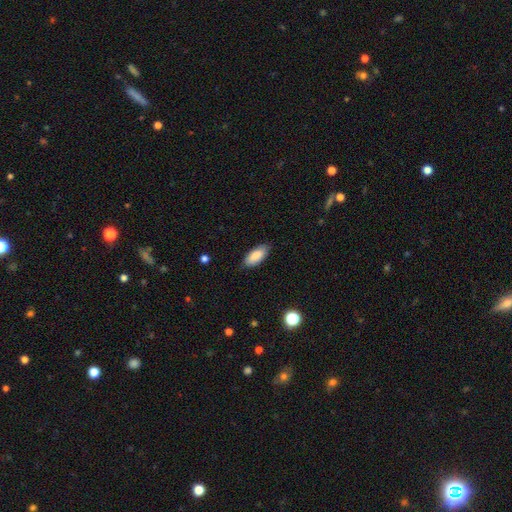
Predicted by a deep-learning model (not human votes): Smooth or featured?
  - smooth: 86% *
  - featured or disk: 8%
  - star or artifact: 6%
How rounded?
  - in between: 89% *
  - cigar-shaped: 10%
  - round: 2%
Merging?
  - none: 84% *
  - minor disturbance: 13%
  - major disturbance: 2%
  - merger: 1%